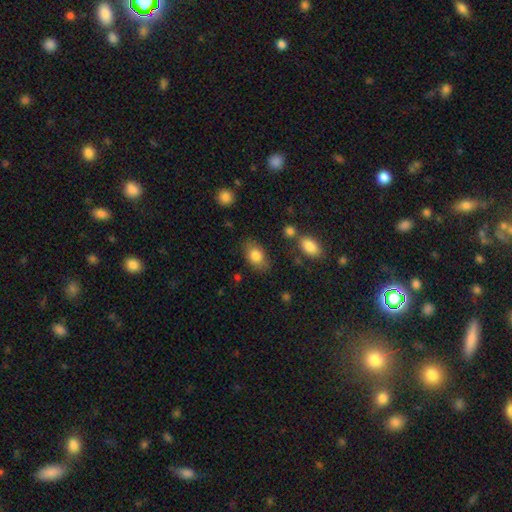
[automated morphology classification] Smooth or featured?
  - smooth: 81% *
  - featured or disk: 11%
  - star or artifact: 8%
How rounded?
  - in between: 85% *
  - round: 14%
  - cigar-shaped: 2%
Merging?
  - none: 74% *
  - minor disturbance: 17%
  - major disturbance: 5%
  - merger: 4%